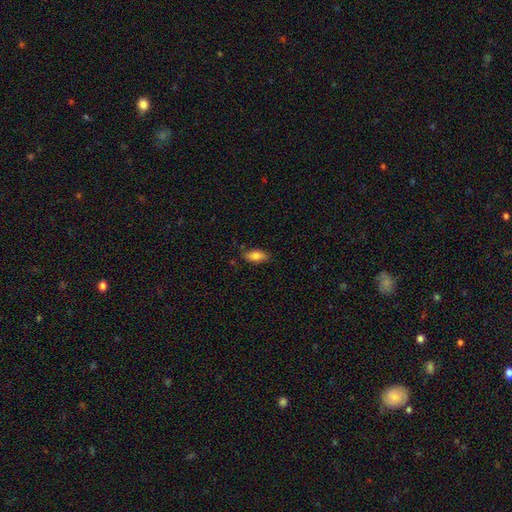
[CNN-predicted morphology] Smooth or featured?
  - smooth: 79% *
  - featured or disk: 13%
  - star or artifact: 7%
How rounded?
  - in between: 85% *
  - cigar-shaped: 13%
  - round: 3%
Merging?
  - none: 78% *
  - minor disturbance: 18%
  - major disturbance: 3%
  - merger: 2%